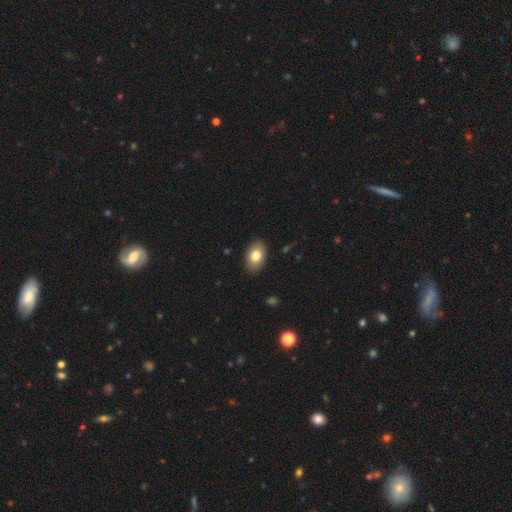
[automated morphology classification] Smooth or featured?
  - smooth: 81% *
  - featured or disk: 11%
  - star or artifact: 7%
How rounded?
  - in between: 88% *
  - round: 10%
  - cigar-shaped: 1%
Merging?
  - none: 88% *
  - minor disturbance: 9%
  - major disturbance: 2%
  - merger: 1%